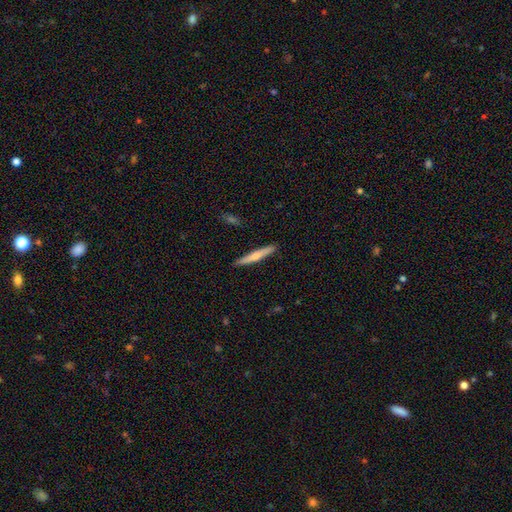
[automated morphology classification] smooth 56%, featured or disk 39%, star or artifact 5%. Down the decision tree: how rounded — cigar-shaped (95%); merging — none (91%).